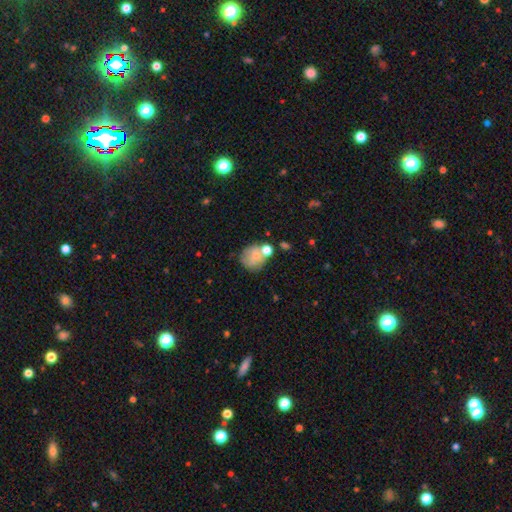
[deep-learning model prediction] smooth-or-featured: smooth: 66% | featured or disk: 23% | star or artifact: 11%
  how-rounded: round: 68% | in between: 31% | cigar-shaped: 1%
  merging: none: 45% | merger: 25% | minor disturbance: 20% | major disturbance: 11%